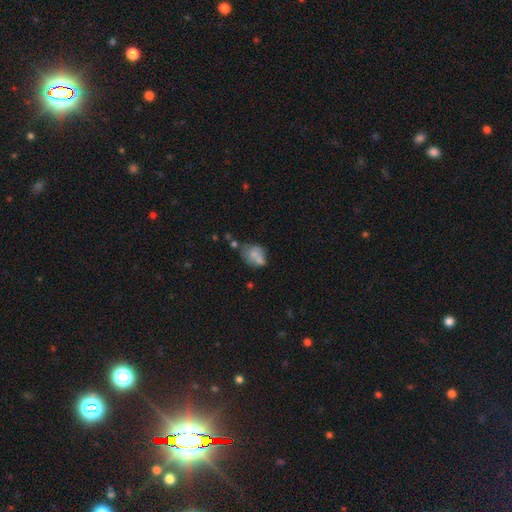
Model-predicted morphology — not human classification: Q: Smooth or featured?
A: smooth (65%); runner-up: featured or disk (25%)
Q: How rounded?
A: in between (62%); runner-up: round (37%)
Q: Merging?
A: merger (34%); runner-up: none (32%)